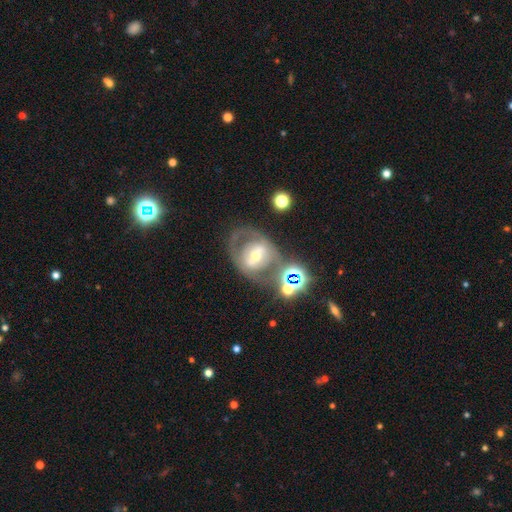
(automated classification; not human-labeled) Smooth or featured? featured or disk (66%)
Edge-on disk? no (94%)
Bar? strong (39%)
Spiral arms? no (58%)
Bulge size? moderate (56%)
Merging? none (50%)